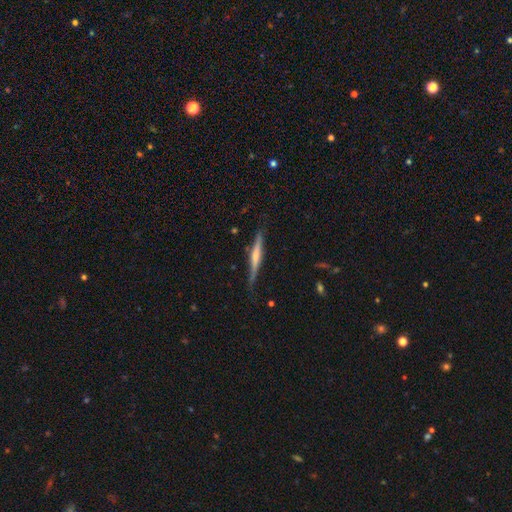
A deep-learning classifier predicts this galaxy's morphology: This is possibly a featured or disk galaxy (59%). It is clearly viewed edge-on (96%). Edge-on bulge: possibly rounded (50%). Merging: likely none (79%).